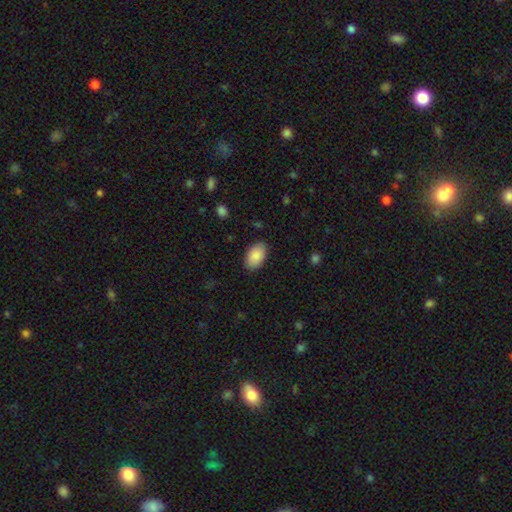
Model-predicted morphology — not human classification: smooth_or_featured: smooth (p=0.89) [alt: star or artifact p=0.06]
how_rounded: in between (p=0.93) [alt: round p=0.06]
merging: none (p=0.86) [alt: minor disturbance p=0.10]